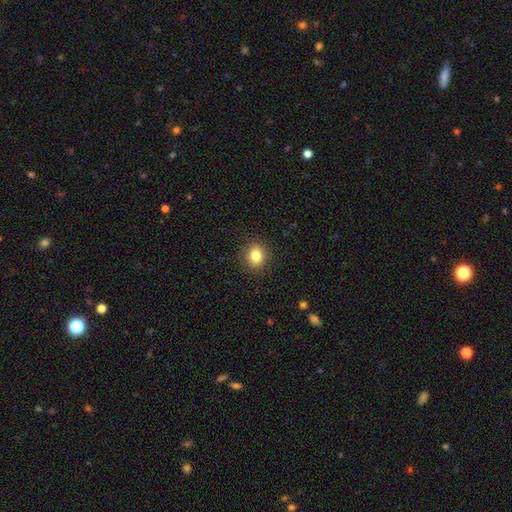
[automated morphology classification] smooth-or-featured: smooth: 82% | star or artifact: 11% | featured or disk: 7%
  how-rounded: round: 75% | in between: 24% | cigar-shaped: 1%
  merging: none: 90% | minor disturbance: 7% | major disturbance: 2% | merger: 1%